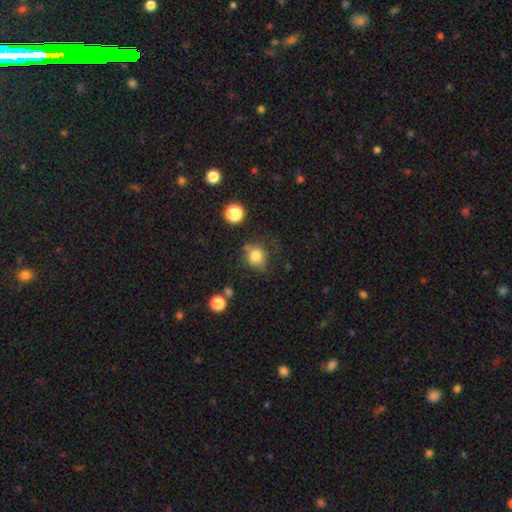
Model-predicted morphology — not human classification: A smooth galaxy with no disk features (80%) that is round (74%).

Vote fractions:
- Smooth or featured? smooth: 80% / star or artifact: 12% / featured or disk: 9%
- How rounded? round: 74% / in between: 25% / cigar-shaped: 1%
- Merging? none: 66% / minor disturbance: 22% / major disturbance: 8% / merger: 5%